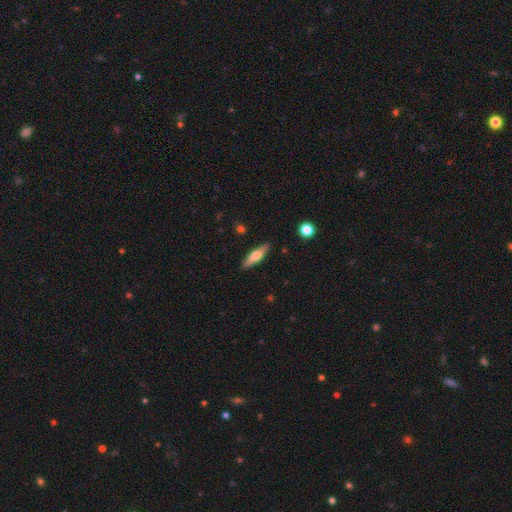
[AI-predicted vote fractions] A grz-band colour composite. It shows a smooth galaxy with no disk features (48%). Merging: none (88%).